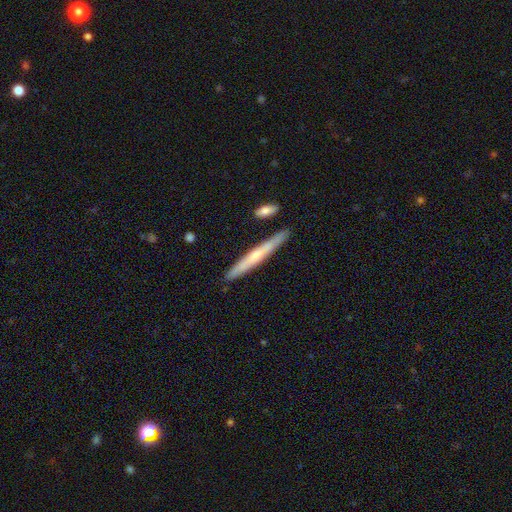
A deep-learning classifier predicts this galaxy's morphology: The model was most divided on "smooth or featured": smooth: 49%, featured or disk: 46%, star or artifact: 6%. More confident: merging — none (86%).